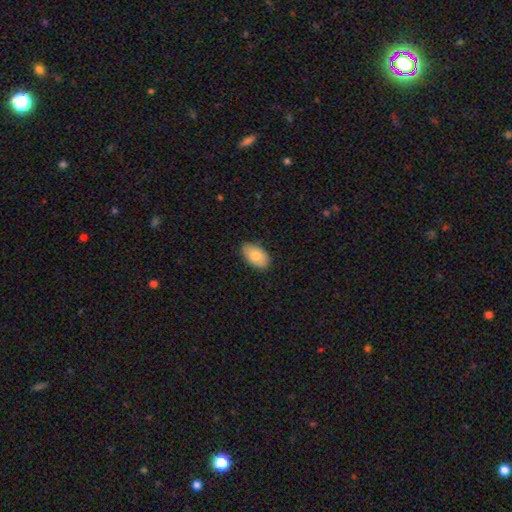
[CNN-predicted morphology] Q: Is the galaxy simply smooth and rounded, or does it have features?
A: smooth — 81%.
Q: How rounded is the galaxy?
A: in between — 93%.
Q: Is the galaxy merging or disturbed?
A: none — 81%.